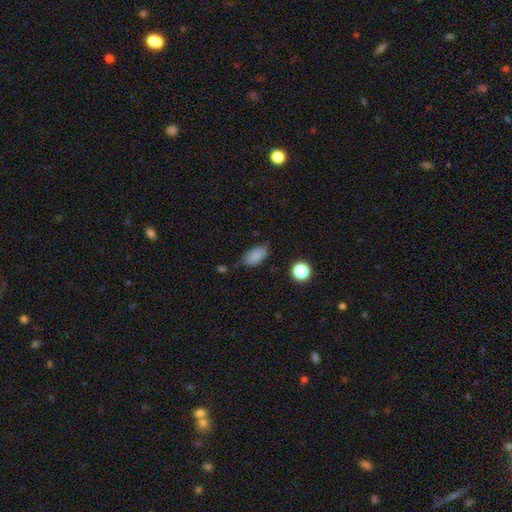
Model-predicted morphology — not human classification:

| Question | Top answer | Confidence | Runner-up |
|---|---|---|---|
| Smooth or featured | smooth | 83% | star or artifact (10%) |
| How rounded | in between | 90% | round (7%) |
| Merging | none | 65% | minor disturbance (27%) |